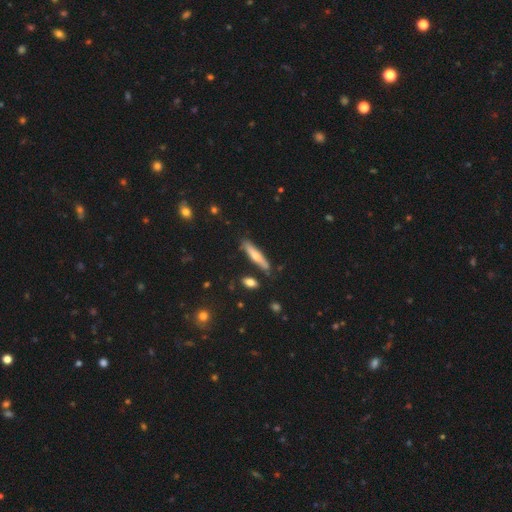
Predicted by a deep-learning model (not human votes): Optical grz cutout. It shows a smooth galaxy with no disk features (58%) that is cigar-shaped (84%). Merging: none (81%).